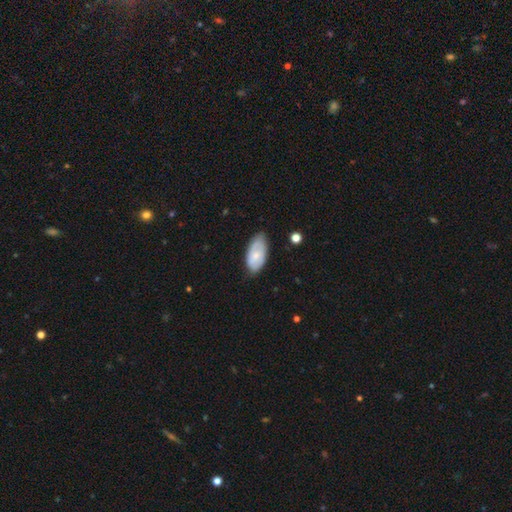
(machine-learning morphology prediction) type=smooth (56%); roundness=in between (93%); merging=none (66%).